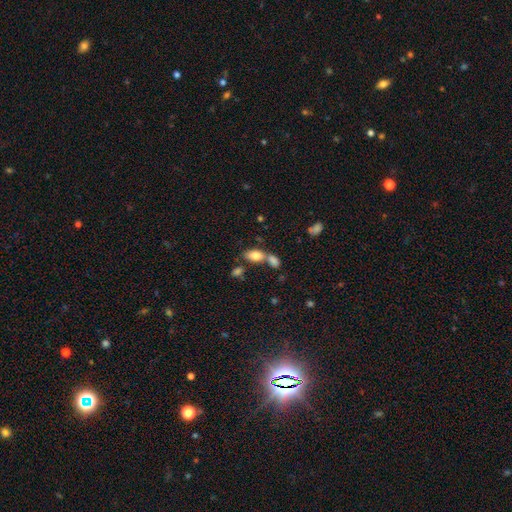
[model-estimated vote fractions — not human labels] The model was most divided on "merging" (2-way tie): merger: 42%, none: 42%, minor disturbance: 11%, major disturbance: 5%. More confident: how rounded — in between (90%); smooth or featured — smooth (80%).